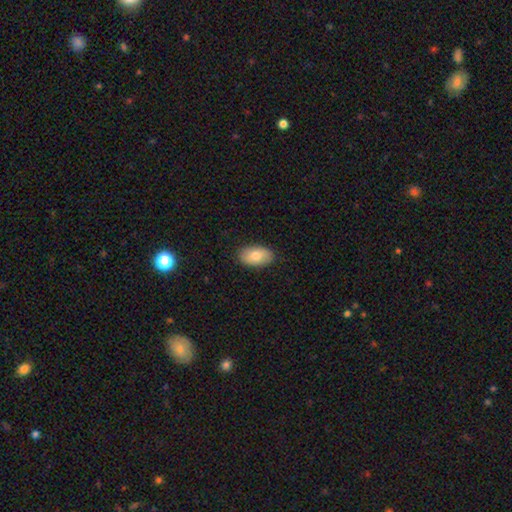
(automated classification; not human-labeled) This is likely a smooth galaxy (78%). How rounded: clearly in between (93%). Merging: clearly none (87%).